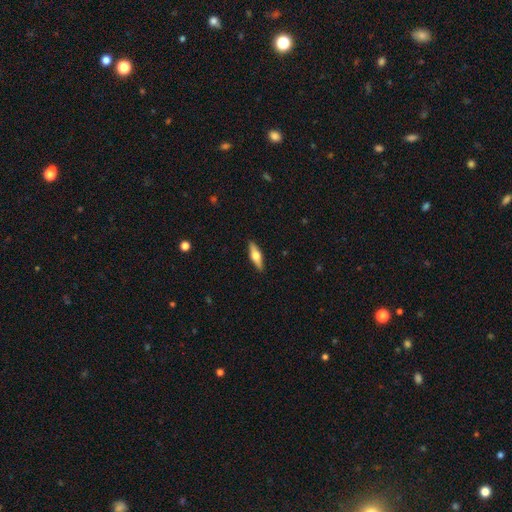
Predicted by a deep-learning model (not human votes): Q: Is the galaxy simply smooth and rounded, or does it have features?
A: featured or disk — 54%.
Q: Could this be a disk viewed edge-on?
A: yes — 94%.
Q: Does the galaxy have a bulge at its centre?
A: rounded — 94%.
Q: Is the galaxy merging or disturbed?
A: none — 90%.